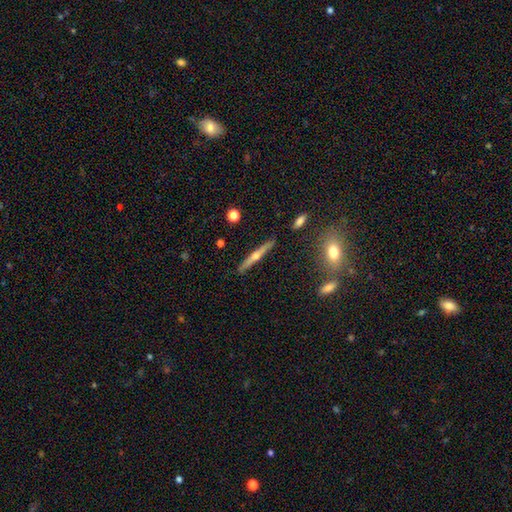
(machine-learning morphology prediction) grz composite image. It shows a featured or disk galaxy (68%) viewed edge-on (97%) with a rounded central bulge (88%). Merging: none (88%).